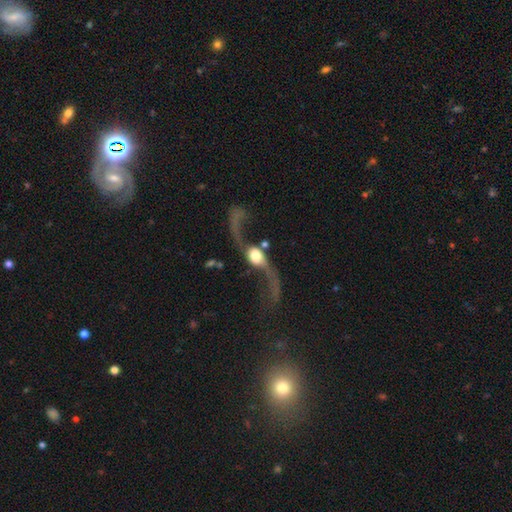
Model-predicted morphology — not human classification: Smooth or featured? featured or disk (83%)
Edge-on disk? no (88%)
Bar? no (62%)
Spiral arms? yes (92%)
Spiral winding? loose (95%)
Spiral arm count? 2 (93%)
Bulge size? large (39%)
Merging? none (49%)